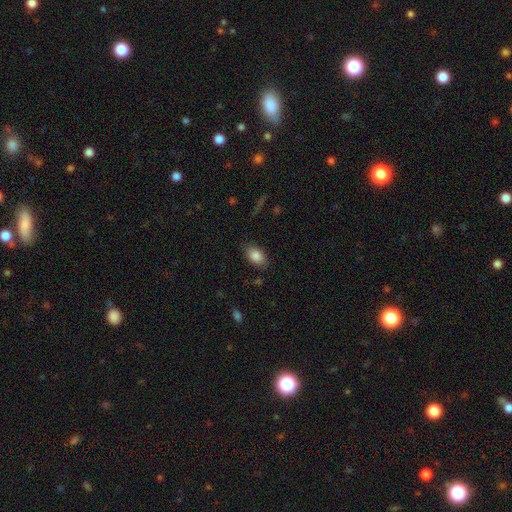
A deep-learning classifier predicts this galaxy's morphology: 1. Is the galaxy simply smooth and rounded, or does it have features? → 85% smooth, 8% star or artifact, 7% featured or disk.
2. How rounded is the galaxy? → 89% in between, 9% round, 2% cigar-shaped.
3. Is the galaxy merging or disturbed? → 80% none, 14% minor disturbance, 4% major disturbance, 1% merger.